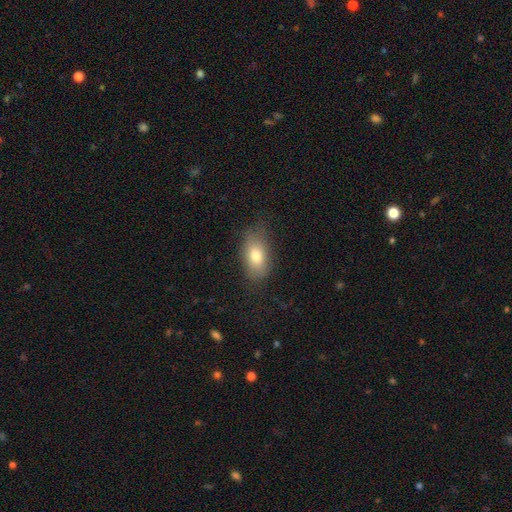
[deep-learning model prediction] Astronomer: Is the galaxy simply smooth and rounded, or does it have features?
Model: smooth — 77%.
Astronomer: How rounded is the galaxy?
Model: in between — 86%.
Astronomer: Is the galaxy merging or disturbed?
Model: none — 76%.